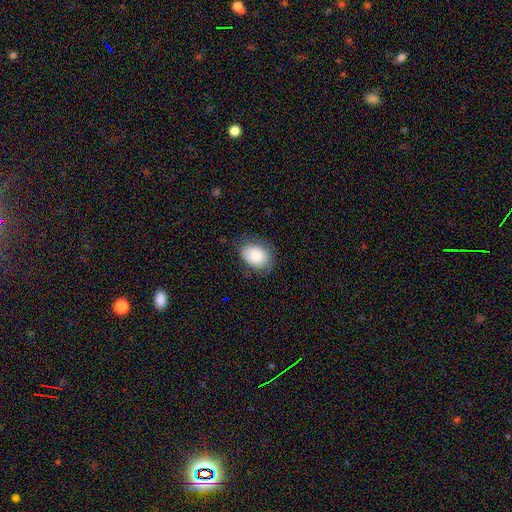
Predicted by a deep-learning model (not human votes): Smooth or featured? Predicted: smooth (p=0.83). How rounded? Predicted: in between (p=0.73). Merging? Predicted: none (p=0.70).